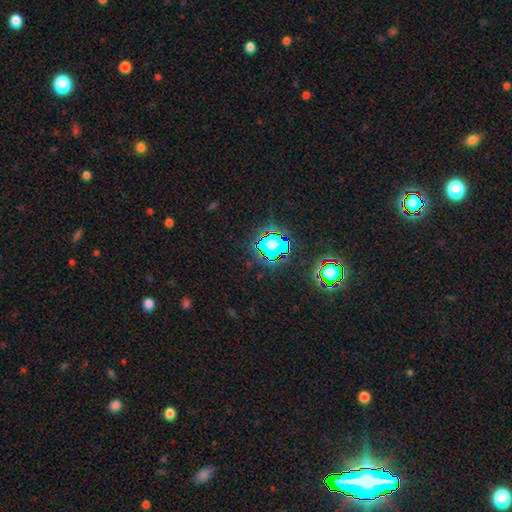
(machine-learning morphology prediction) Overall: star or artifact (79%).